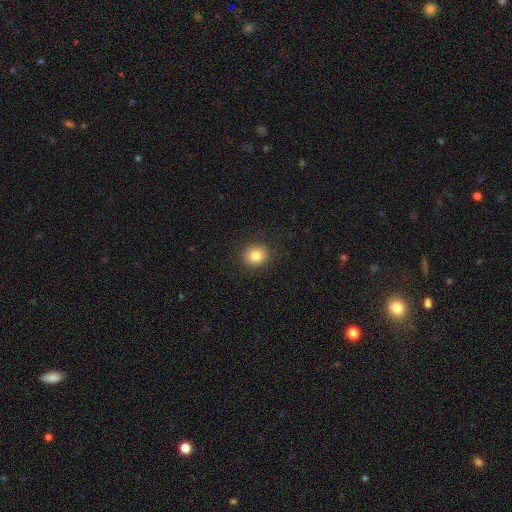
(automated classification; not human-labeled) A smooth galaxy with no disk features (82%) that is round (79%).

Vote fractions:
- Smooth or featured? smooth: 82% / star or artifact: 11% / featured or disk: 7%
- How rounded? round: 79% / in between: 20% / cigar-shaped: 1%
- Merging? none: 90% / minor disturbance: 7% / major disturbance: 2% / merger: 1%